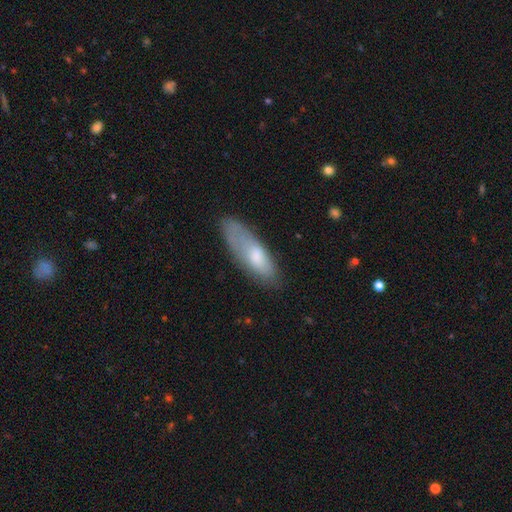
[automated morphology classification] Overall: smooth (66%; featured or disk 27%). How rounded: in between (54%; cigar-shaped 44%). Merging: none (63%; minor disturbance 26%).